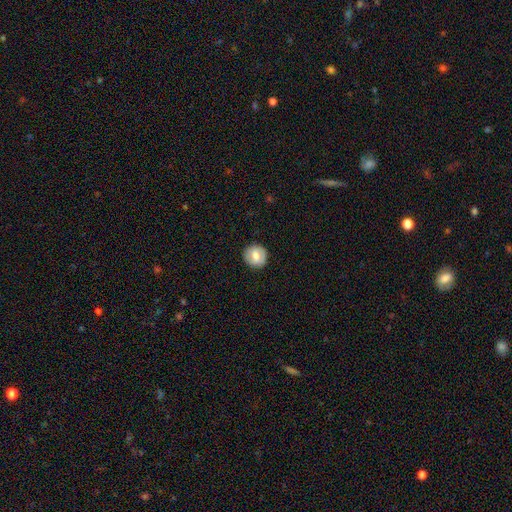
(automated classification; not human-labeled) Smooth or featured?
  - smooth: 60% *
  - featured or disk: 33%
  - star or artifact: 7%
How rounded?
  - round: 89% *
  - in between: 10%
  - cigar-shaped: 1%
Merging?
  - none: 89% *
  - minor disturbance: 8%
  - major disturbance: 2%
  - merger: 1%